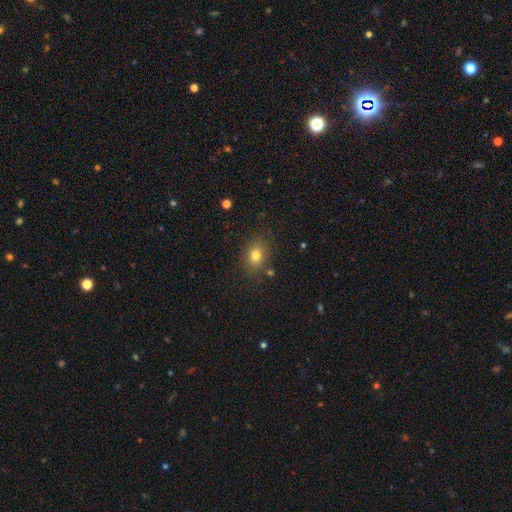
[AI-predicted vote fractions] Smooth or featured: smooth — 77% (star or artifact — 13%)
How rounded: in between — 56% (round — 43%)
Merging: none — 82% (minor disturbance — 11%)